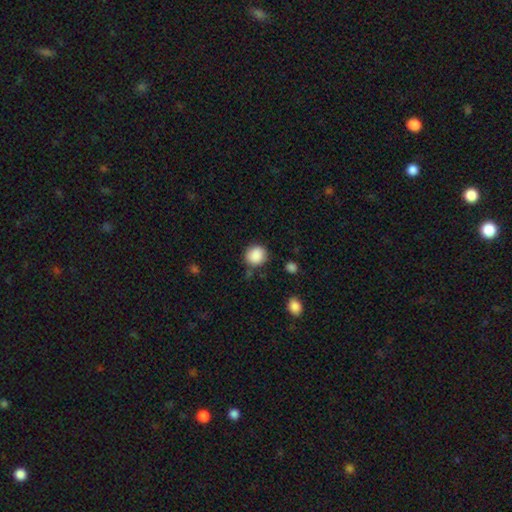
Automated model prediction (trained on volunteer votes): This is clearly a smooth galaxy (88%). How rounded: clearly round (85%). Merging: likely none (80%).